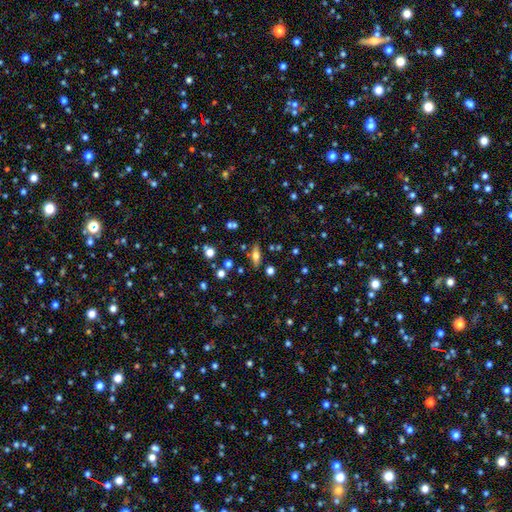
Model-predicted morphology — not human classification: smooth 54%, featured or disk 35%, star or artifact 11%. Down the decision tree: how rounded — in between (64%); merging — none (80%).